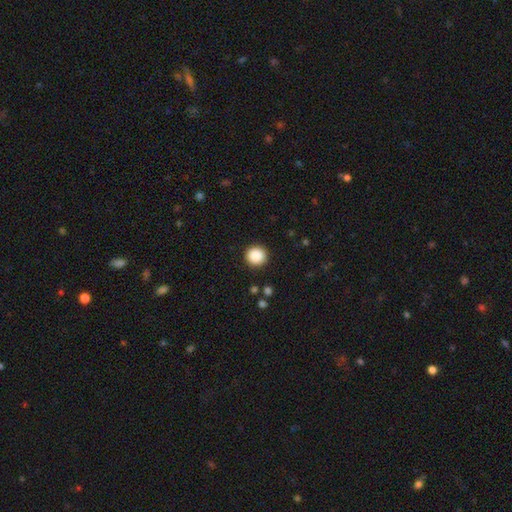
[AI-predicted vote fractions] Morphology: type=smooth (89%); roundness=round (94%); merging=none (91%).